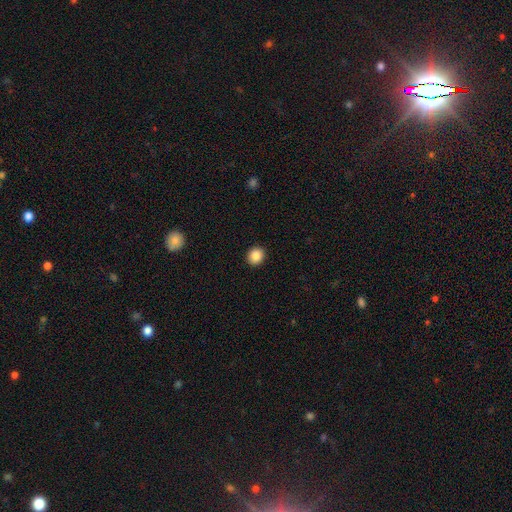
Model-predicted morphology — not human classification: Smooth or featured? smooth (87%)
How rounded? round (79%)
Merging? none (93%)